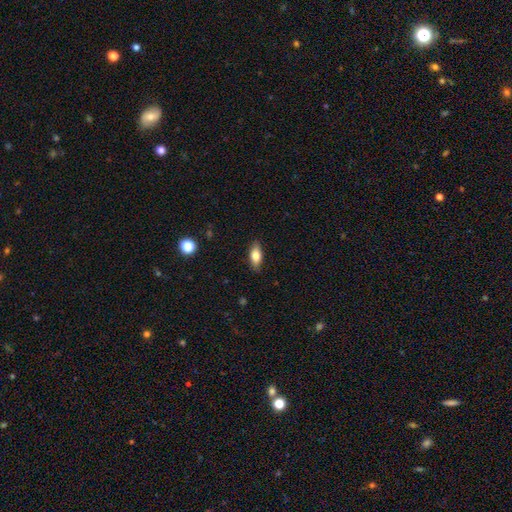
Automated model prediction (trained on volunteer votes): A smooth galaxy with no disk features (75%) that is in between round and cigar-shaped (81%). Merging: none (85%).